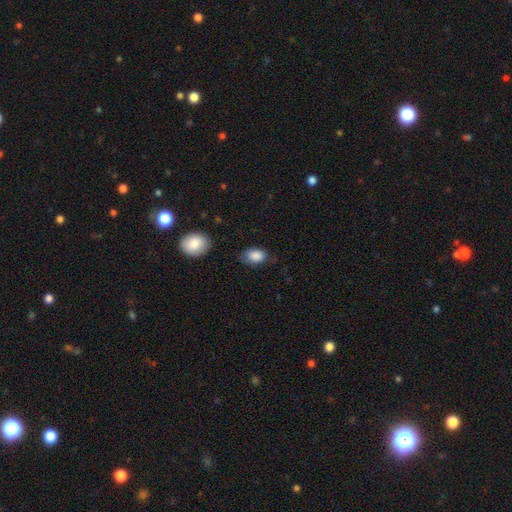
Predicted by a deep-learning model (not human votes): Morphology: type=smooth (88%); roundness=in between (86%); merging=none (68%).